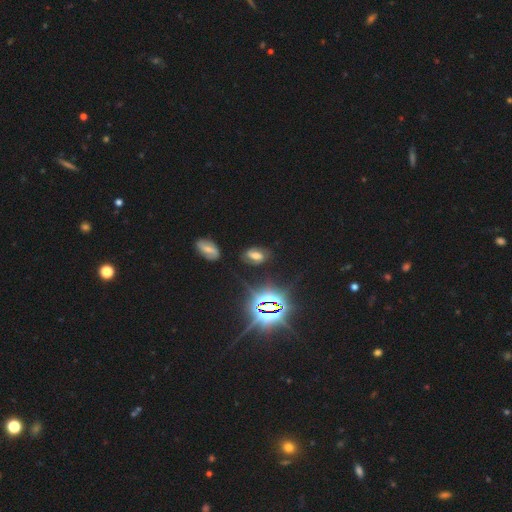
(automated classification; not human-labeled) smooth_or_featured: star or artifact (p=0.38) [alt: smooth p=0.36]